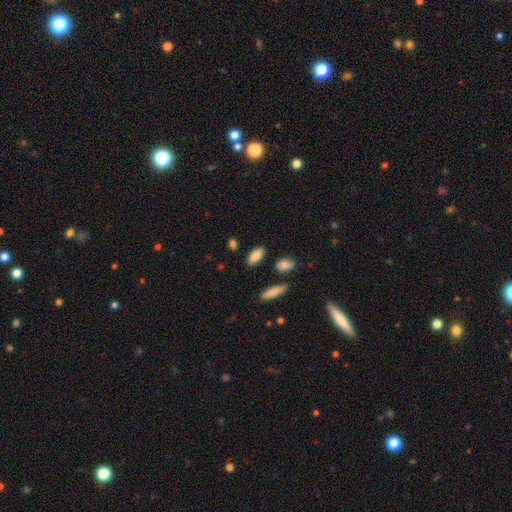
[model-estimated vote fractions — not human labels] Smooth or featured? smooth (88%)
How rounded? in between (87%)
Merging? none (86%)